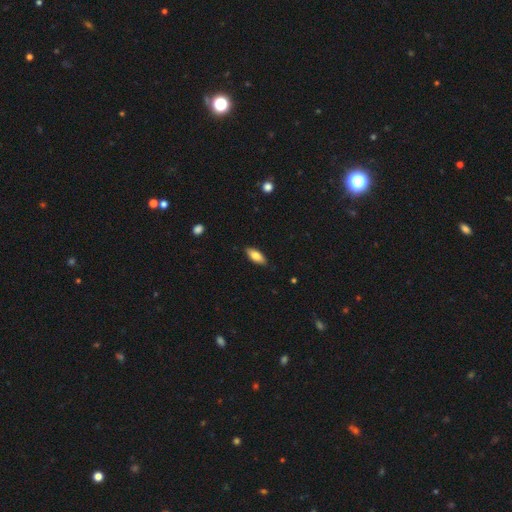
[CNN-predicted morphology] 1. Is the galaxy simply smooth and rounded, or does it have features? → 79% smooth, 15% featured or disk, 6% star or artifact.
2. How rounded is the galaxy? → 81% in between, 17% cigar-shaped, 2% round.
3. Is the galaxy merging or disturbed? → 86% none, 11% minor disturbance, 2% major disturbance, 1% merger.